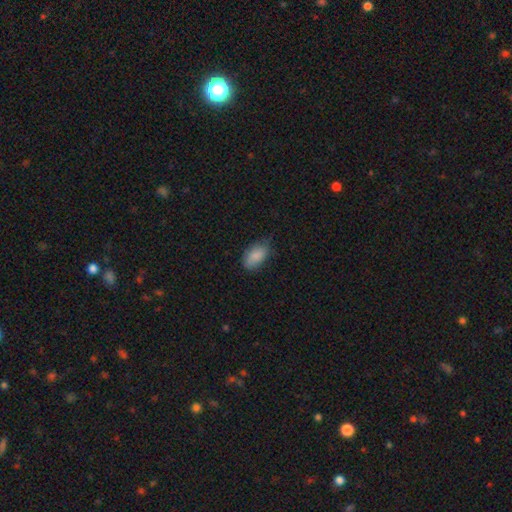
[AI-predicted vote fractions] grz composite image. It shows a smooth galaxy with no disk features (86%) that is in between round and cigar-shaped (92%). Merging: none (63%).